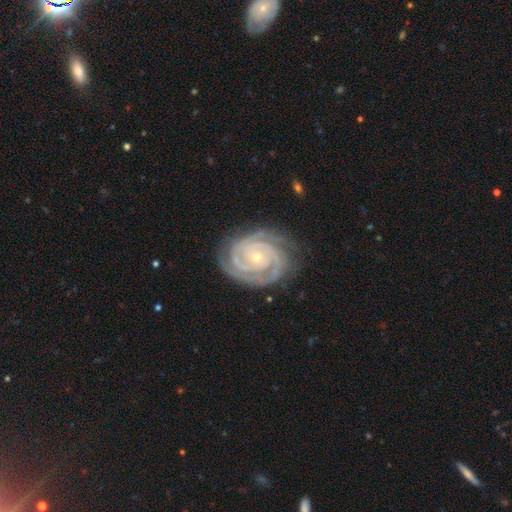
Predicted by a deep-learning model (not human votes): smooth-or-featured: featured or disk: 90% | star or artifact: 6% | smooth: 4%
  disk-edge-on: no: 97% | yes: 3%
    bar: no: 68% | weak: 20% | strong: 11%
    has-spiral-arms: yes: 99% | no: 1%
      spiral-winding: tight: 84% | medium: 15% | loose: 2%
      spiral-arm-count: 2: 36% | 3: 31% | 4: 11% | can't tell: 10% | more than 4: 6% | 1: 6%
    bulge-size: small: 71% | moderate: 26% | large: 1% | none: 1% | dominant: 1%
  merging: none: 80% | minor disturbance: 15% | major disturbance: 4% | merger: 1%